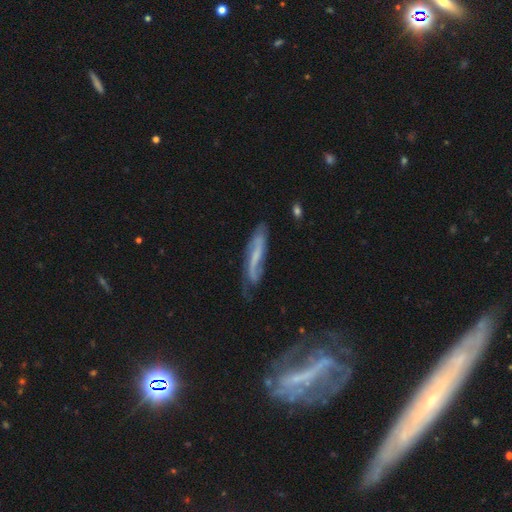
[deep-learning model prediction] Smooth or featured? Predicted: featured or disk (p=0.68). Edge-on disk? Predicted: no (p=0.65). Merging? Predicted: none (p=0.62).